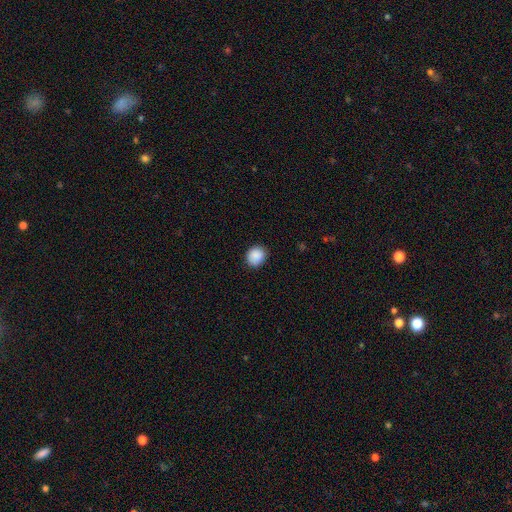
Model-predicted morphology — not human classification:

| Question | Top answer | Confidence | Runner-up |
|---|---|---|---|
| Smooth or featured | smooth | 89% | star or artifact (8%) |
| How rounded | round | 72% | in between (27%) |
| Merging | none | 87% | minor disturbance (10%) |